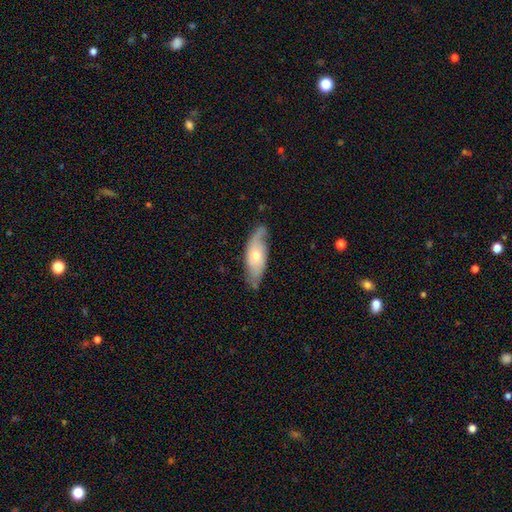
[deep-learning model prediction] Morphology: type=featured or disk (59%); edge-on=no (78%); merging=none (70%).